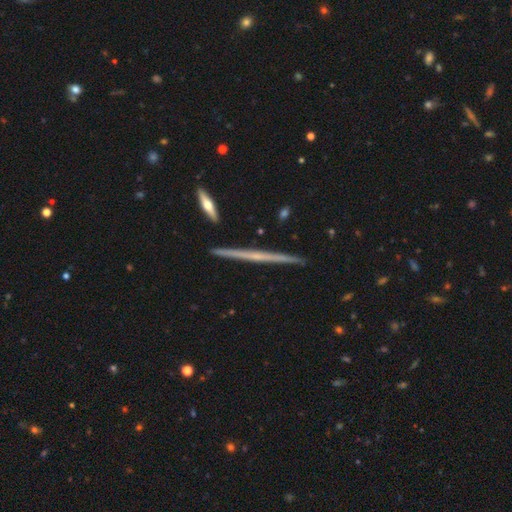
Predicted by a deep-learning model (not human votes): Morphology: type=featured or disk (69%); edge-on=yes (98%); edge-on bulge=none (70%); merging=none (91%).